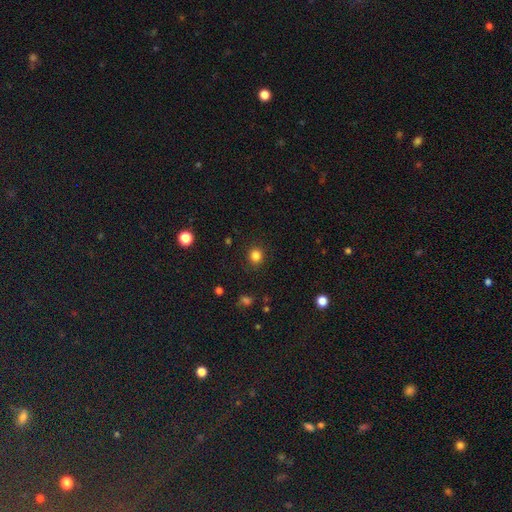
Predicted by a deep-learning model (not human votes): This appears to be a smooth galaxy with no disk features (83%) that is round (89%). Merging: none (89%).